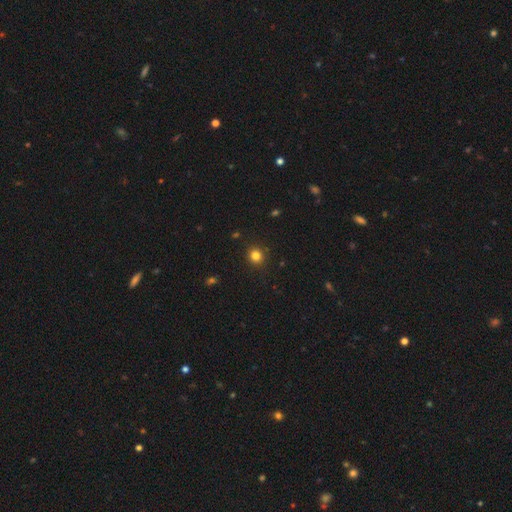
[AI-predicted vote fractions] smooth_or_featured: smooth (p=0.82) [alt: star or artifact p=0.14]
how_rounded: round (p=0.87) [alt: in between p=0.12]
merging: none (p=0.90) [alt: minor disturbance p=0.06]